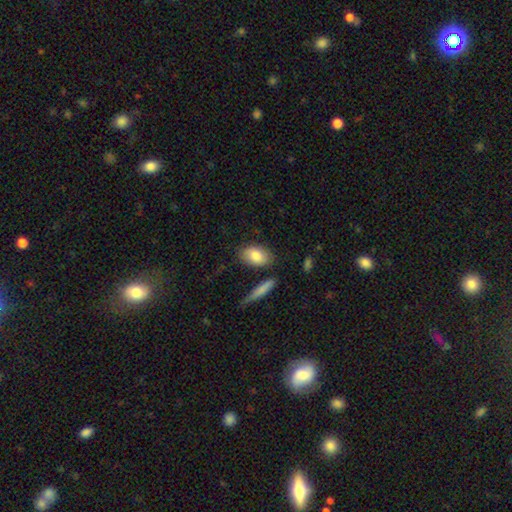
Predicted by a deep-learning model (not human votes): Smooth or featured? Predicted: smooth (p=0.82). How rounded? Predicted: in between (p=0.88). Merging? Predicted: none (p=0.76).